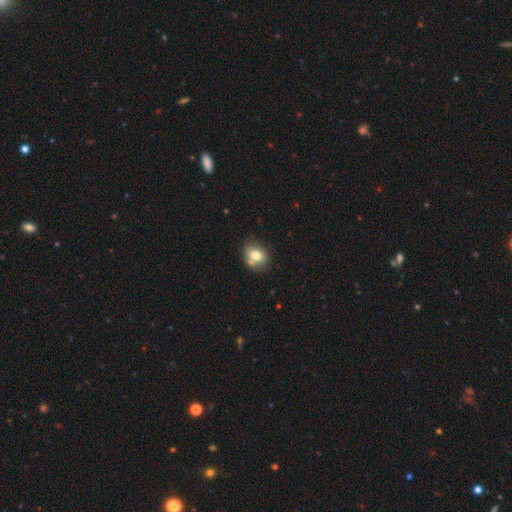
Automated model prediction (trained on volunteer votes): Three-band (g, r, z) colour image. It shows a smooth galaxy with no disk features (75%) that is round (51%). Merging: none (59%).